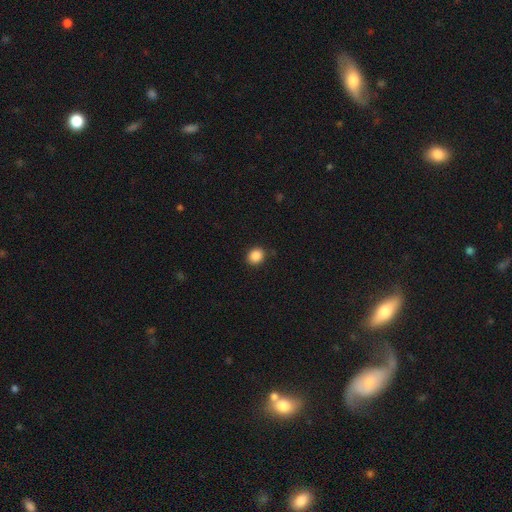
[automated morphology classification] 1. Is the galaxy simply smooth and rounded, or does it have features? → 88% smooth, 9% star or artifact, 3% featured or disk.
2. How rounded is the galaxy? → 67% round, 32% in between, 1% cigar-shaped.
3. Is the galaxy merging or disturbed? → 88% none, 8% minor disturbance, 2% major disturbance, 1% merger.